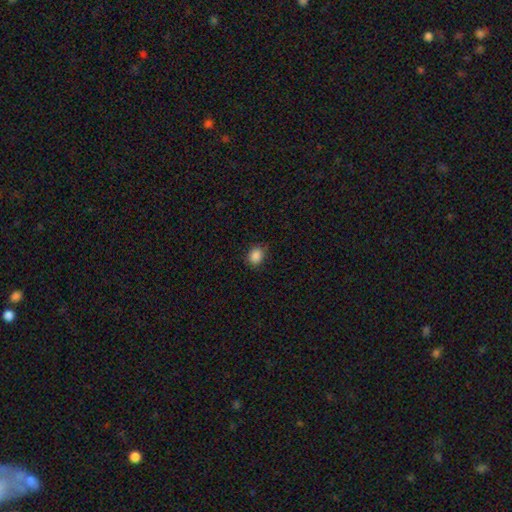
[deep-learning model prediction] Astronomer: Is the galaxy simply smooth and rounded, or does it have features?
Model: smooth — 87%.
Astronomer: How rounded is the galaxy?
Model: round — 56% (runner-up: in between, 43%).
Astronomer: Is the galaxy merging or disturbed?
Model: none — 82%.